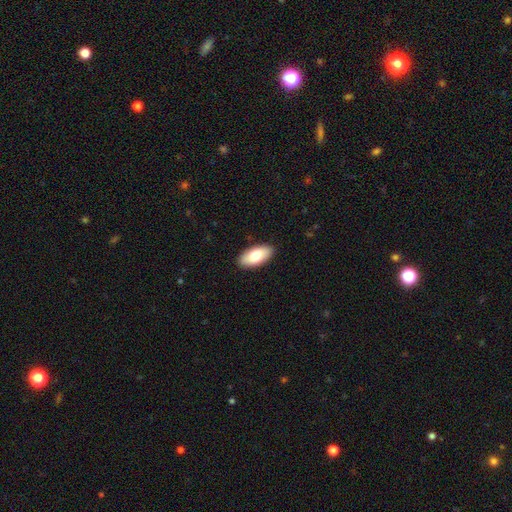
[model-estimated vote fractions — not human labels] smooth-or-featured: smooth: 79% | featured or disk: 16% | star or artifact: 5%
  how-rounded: in between: 92% | cigar-shaped: 6% | round: 2%
  merging: none: 90% | minor disturbance: 8% | major disturbance: 2% | merger: 1%